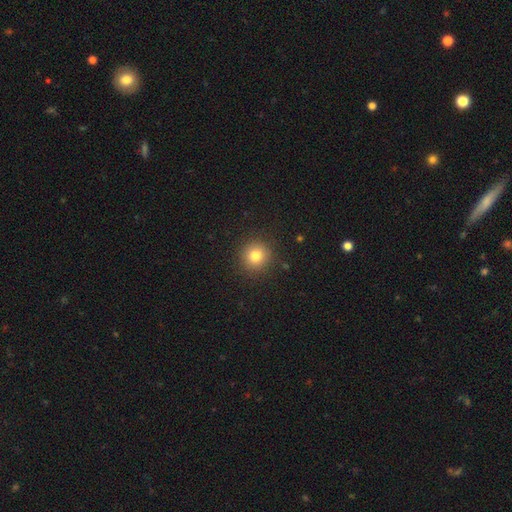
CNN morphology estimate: smooth-or-featured: smooth: 80% | star or artifact: 12% | featured or disk: 8%
  how-rounded: round: 94% | in between: 5% | cigar-shaped: 1%
  merging: none: 91% | minor disturbance: 6% | major disturbance: 2% | merger: 1%